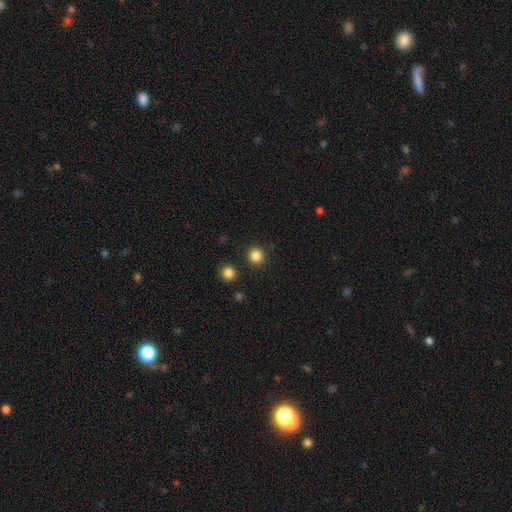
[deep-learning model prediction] A smooth galaxy with no disk features (85%) that is round (92%). Merging: none (90%).